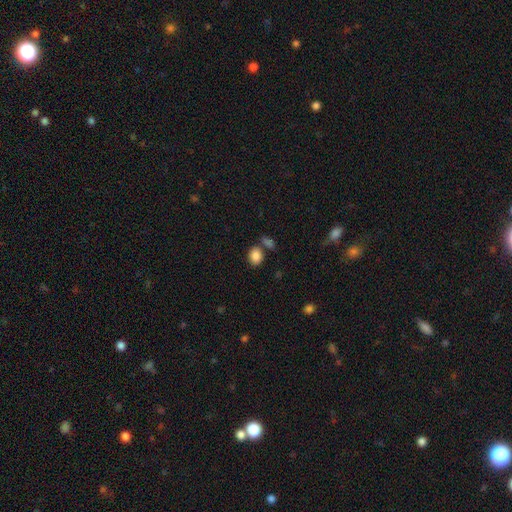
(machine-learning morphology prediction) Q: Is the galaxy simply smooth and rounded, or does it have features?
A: smooth — 86%.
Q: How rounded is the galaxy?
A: in between — 61%.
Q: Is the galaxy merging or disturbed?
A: none — 69%.